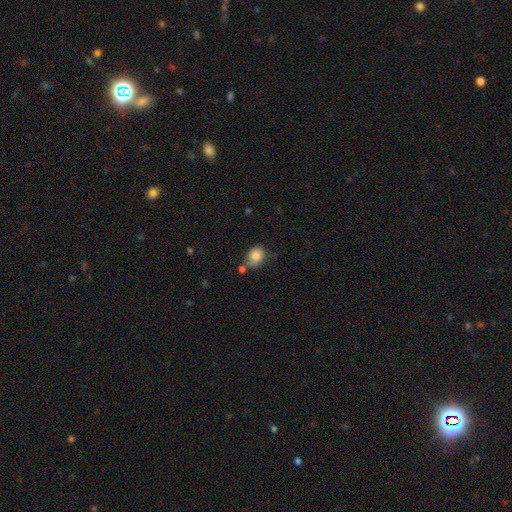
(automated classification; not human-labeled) Smooth or featured?
  - smooth: 84% *
  - star or artifact: 9%
  - featured or disk: 7%
How rounded?
  - round: 53% *
  - in between: 46%
  - cigar-shaped: 1%
Merging?
  - none: 56% *
  - minor disturbance: 24%
  - merger: 14%
  - major disturbance: 6%